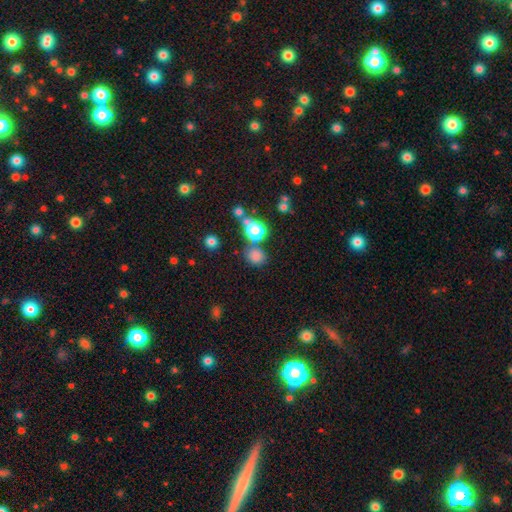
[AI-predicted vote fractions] This appears to be a smooth galaxy with no disk features (76%) that is round (81%). Merging: none (68%).